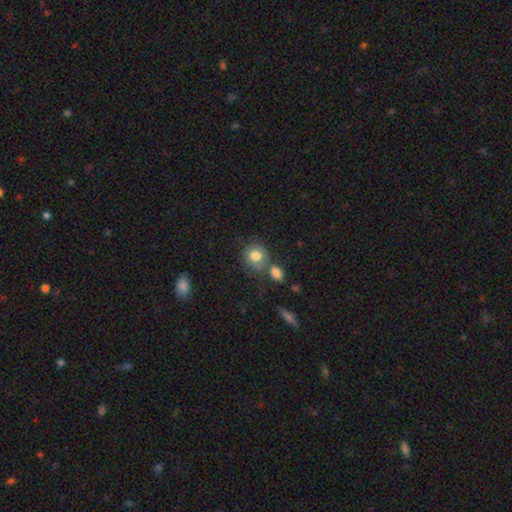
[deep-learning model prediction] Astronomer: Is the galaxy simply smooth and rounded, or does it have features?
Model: smooth — 79%.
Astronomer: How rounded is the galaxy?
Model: round — 76%.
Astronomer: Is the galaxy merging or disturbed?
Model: none — 62%.